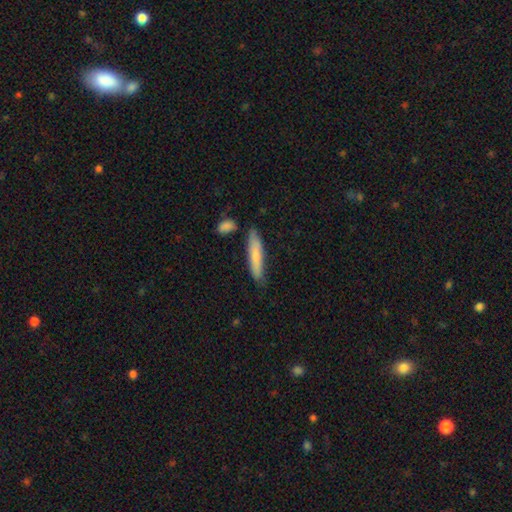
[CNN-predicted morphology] Smooth or featured? Predicted: smooth (p=0.73). How rounded? Predicted: cigar-shaped (p=0.86). Merging? Predicted: none (p=0.76).